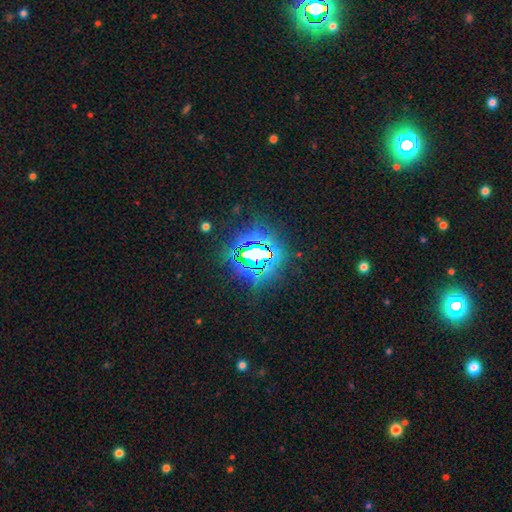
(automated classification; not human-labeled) A star or artifact, not a galaxy (80%).